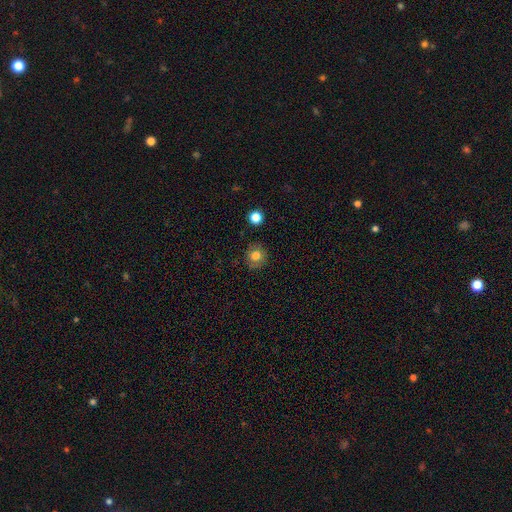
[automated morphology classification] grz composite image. It shows a smooth galaxy with no disk features (79%) that is round (90%). Merging: none (87%).